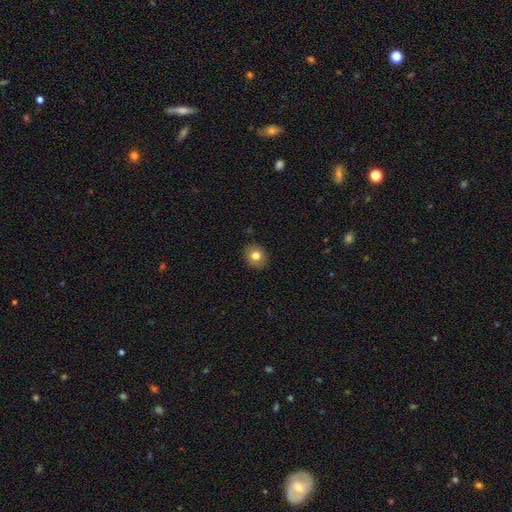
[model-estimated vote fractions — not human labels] Morphology: type=smooth (79%); roundness=round (74%); merging=none (90%).